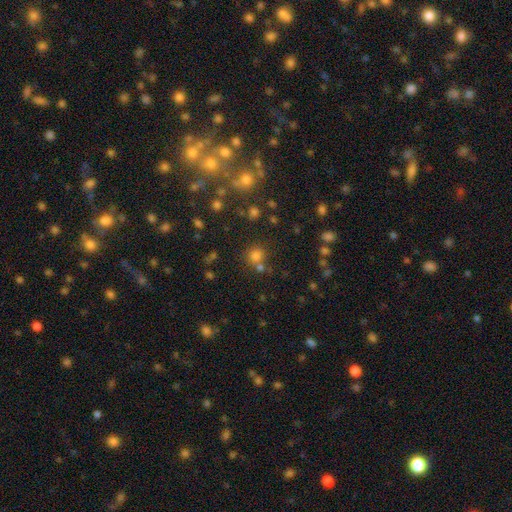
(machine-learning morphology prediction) This is likely a smooth galaxy (71%). How rounded: clearly round (87%). Merging: likely none (69%).